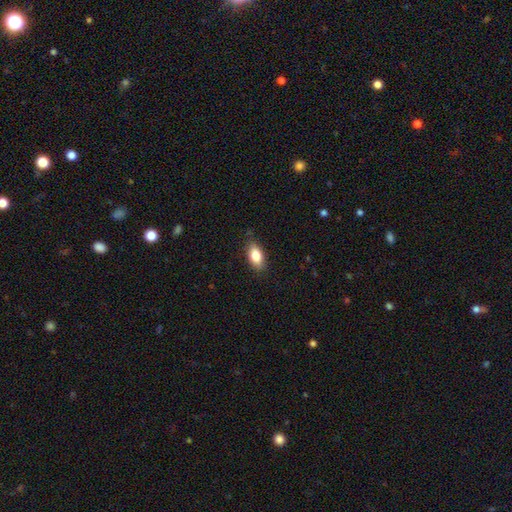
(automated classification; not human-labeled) smooth 83%, featured or disk 10%, star or artifact 7%. Down the decision tree: how rounded — in between (89%); merging — none (84%).